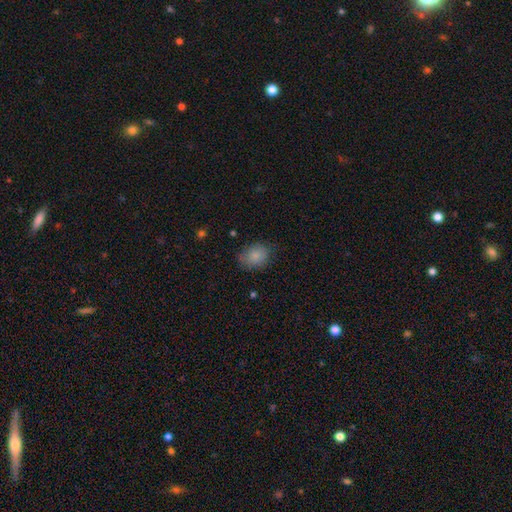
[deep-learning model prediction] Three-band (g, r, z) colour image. It shows a smooth galaxy with no disk features (85%) that is in between round and cigar-shaped (56%). Merging: none (74%).